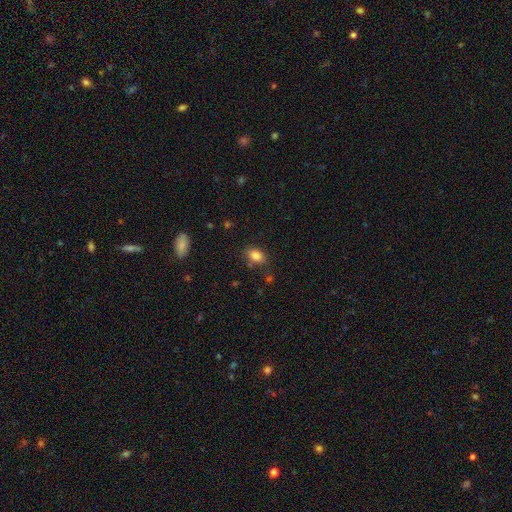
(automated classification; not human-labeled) Overall: smooth (84%). How rounded: in between (75%). Merging: none (76%).